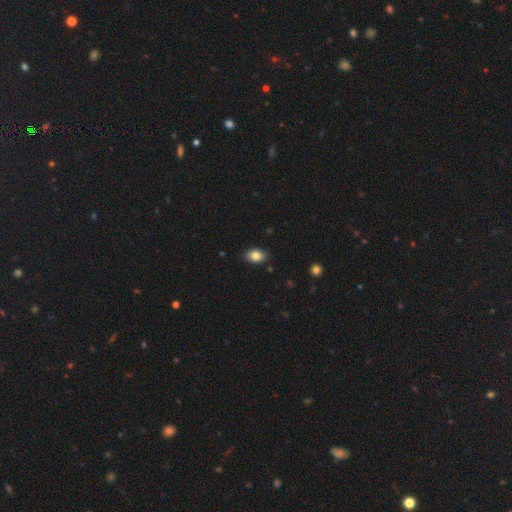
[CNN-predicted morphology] The model was most divided on "how rounded": in between: 85%, round: 13%, cigar-shaped: 1%. More confident: merging — none (87%); smooth or featured — smooth (83%).